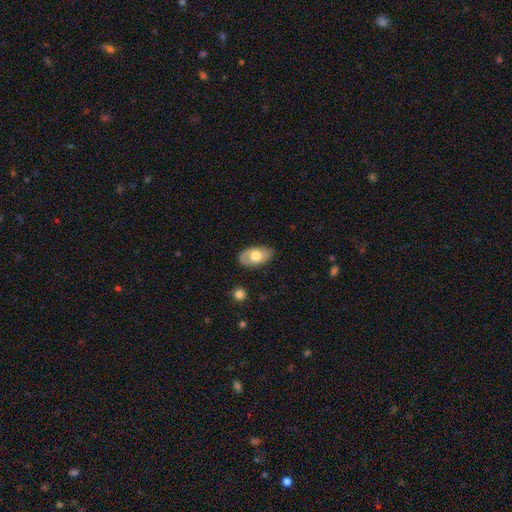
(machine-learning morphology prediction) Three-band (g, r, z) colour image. It shows a smooth galaxy with no disk features (57%) that is in between round and cigar-shaped (93%). Merging: none (75%).